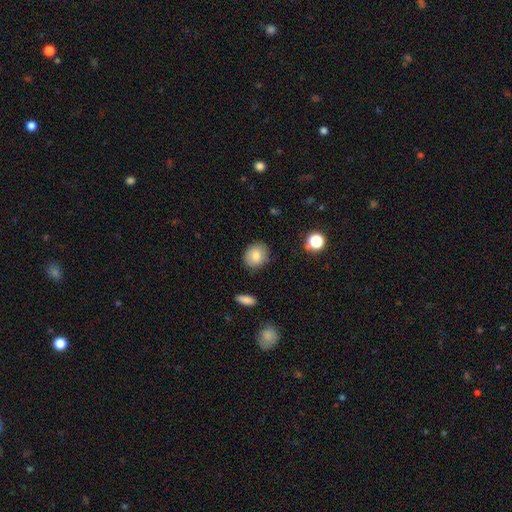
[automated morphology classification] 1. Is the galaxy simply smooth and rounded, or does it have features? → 81% smooth, 10% featured or disk, 9% star or artifact.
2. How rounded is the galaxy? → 65% round, 34% in between, 1% cigar-shaped.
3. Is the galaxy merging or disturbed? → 83% none, 12% minor disturbance, 3% major disturbance, 2% merger.